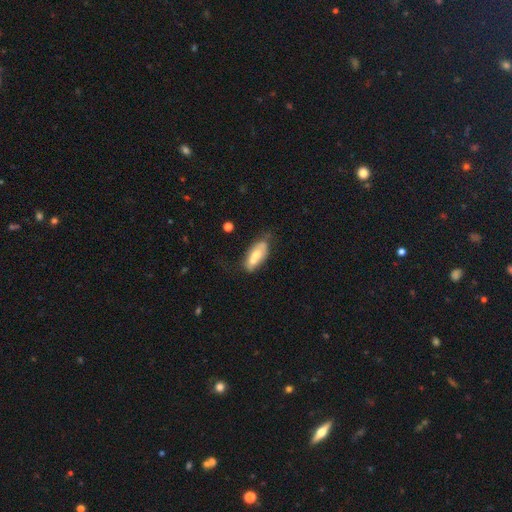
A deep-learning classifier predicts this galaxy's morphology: smooth 52%, featured or disk 42%, star or artifact 7%. Down the decision tree: how rounded — in between (82%); merging — none (45%).